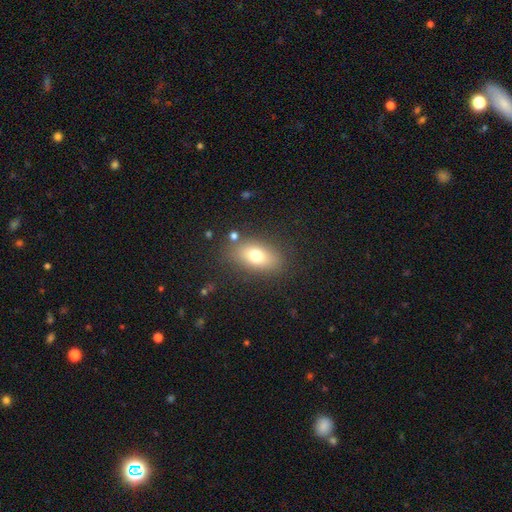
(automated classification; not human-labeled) smooth-or-featured: smooth: 73% | featured or disk: 16% | star or artifact: 10%
  how-rounded: in between: 84% | round: 12% | cigar-shaped: 4%
  merging: none: 81% | minor disturbance: 11% | major disturbance: 4% | merger: 3%